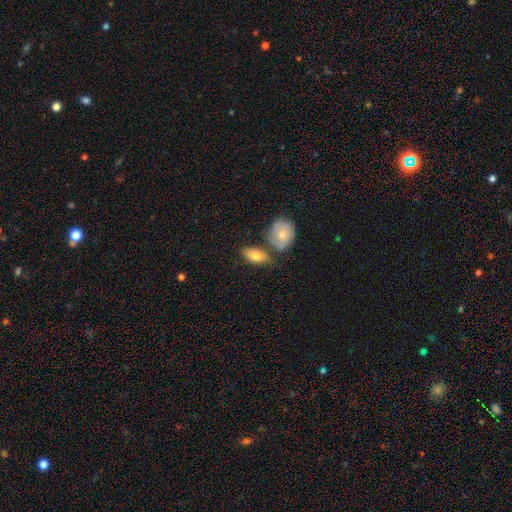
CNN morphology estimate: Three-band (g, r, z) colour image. It shows a smooth galaxy with no disk features (77%) that is in between round and cigar-shaped (87%). Merging: none (57%).